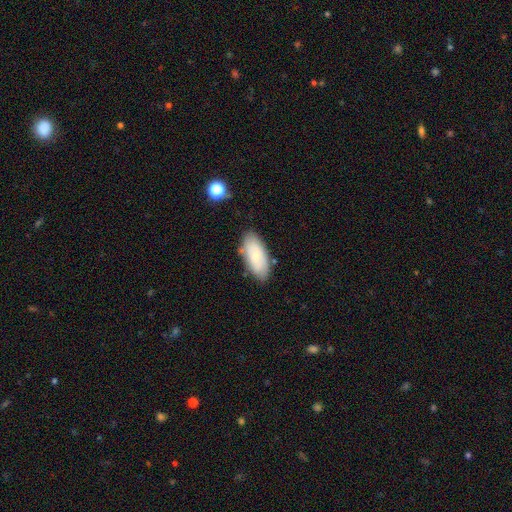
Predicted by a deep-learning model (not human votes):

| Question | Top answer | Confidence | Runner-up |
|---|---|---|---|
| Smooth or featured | smooth | 70% | featured or disk (23%) |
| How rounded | in between | 88% | cigar-shaped (10%) |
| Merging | none | 77% | minor disturbance (17%) |